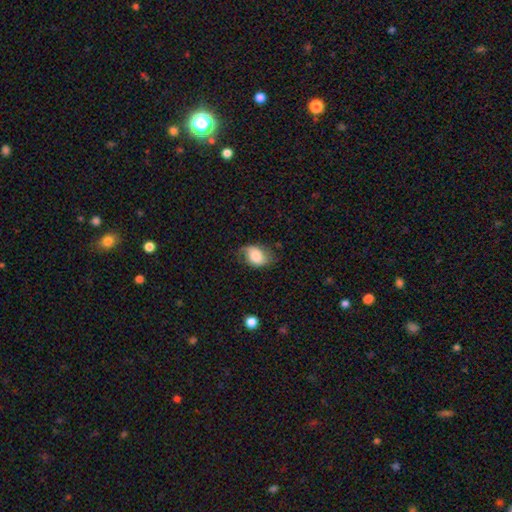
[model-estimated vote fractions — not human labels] This appears to be a smooth galaxy with no disk features (66%) that is in between round and cigar-shaped (79%). Merging: none (56%).